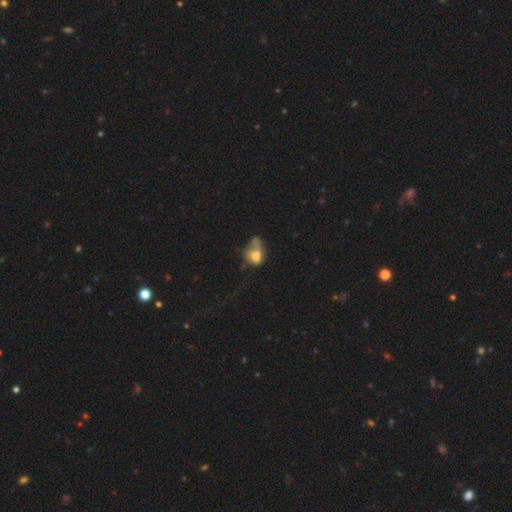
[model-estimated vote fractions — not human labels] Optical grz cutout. It shows a smooth galaxy with no disk features (67%) that is in between round and cigar-shaped (60%). Merging: merger (33%).